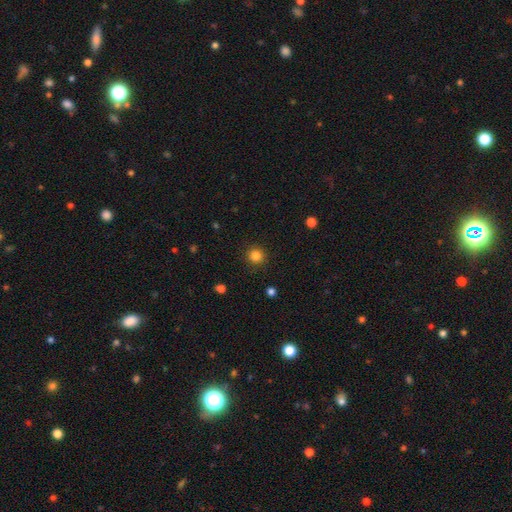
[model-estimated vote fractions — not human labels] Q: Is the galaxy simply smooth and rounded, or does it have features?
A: smooth — 83%.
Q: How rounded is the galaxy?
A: round — 94%.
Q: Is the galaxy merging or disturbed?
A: none — 91%.